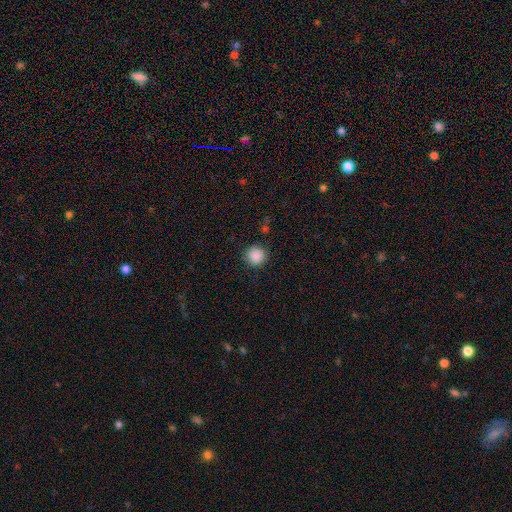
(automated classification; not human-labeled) Smooth or featured? smooth (88%)
How rounded? round (94%)
Merging? none (88%)